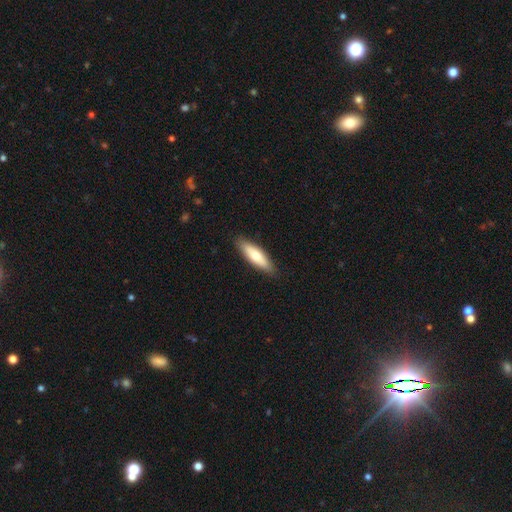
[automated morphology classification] This appears to be a smooth galaxy with no disk features (68%) that is cigar-shaped (56%). Merging: none (88%).